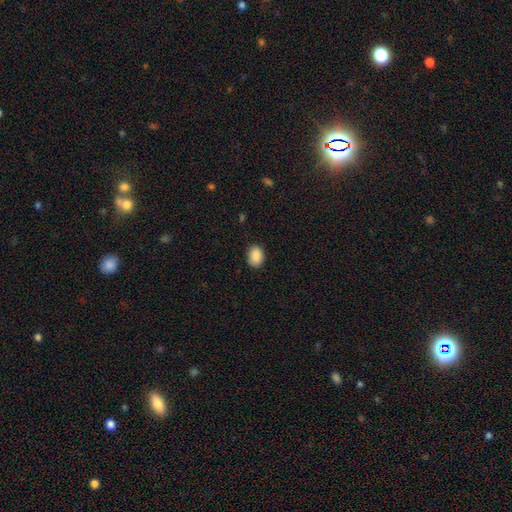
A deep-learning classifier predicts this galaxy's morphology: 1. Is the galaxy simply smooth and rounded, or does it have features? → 89% smooth, 7% star or artifact, 4% featured or disk.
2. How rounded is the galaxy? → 73% in between, 26% round, 1% cigar-shaped.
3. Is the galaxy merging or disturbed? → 86% none, 11% minor disturbance, 2% major disturbance, 1% merger.